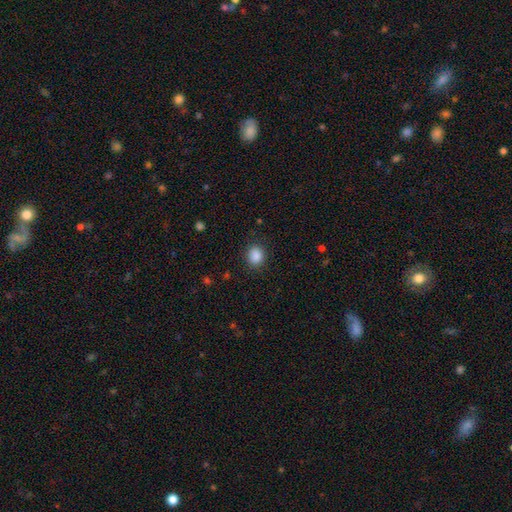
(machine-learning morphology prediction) This is clearly a smooth galaxy (88%). How rounded: likely round (63%). Merging: clearly none (86%).